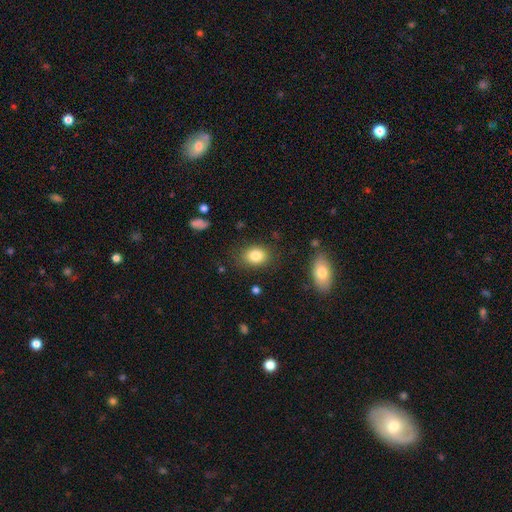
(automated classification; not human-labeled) Overall: smooth (83%). How rounded: in between (64%; round 35%). Merging: none (81%).